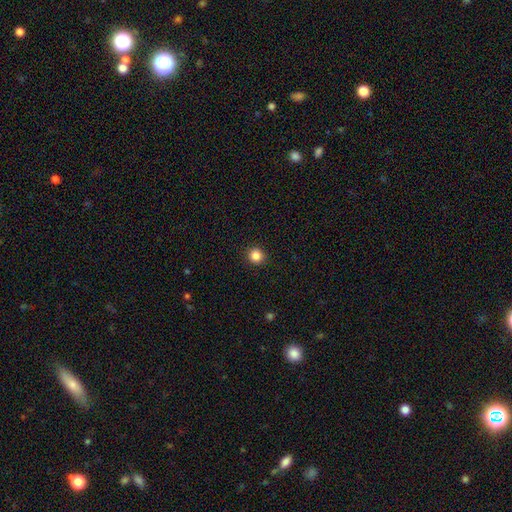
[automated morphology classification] Smooth or featured: smooth — 85% (star or artifact — 11%)
How rounded: round — 93% (in between — 6%)
Merging: none — 92% (minor disturbance — 5%)